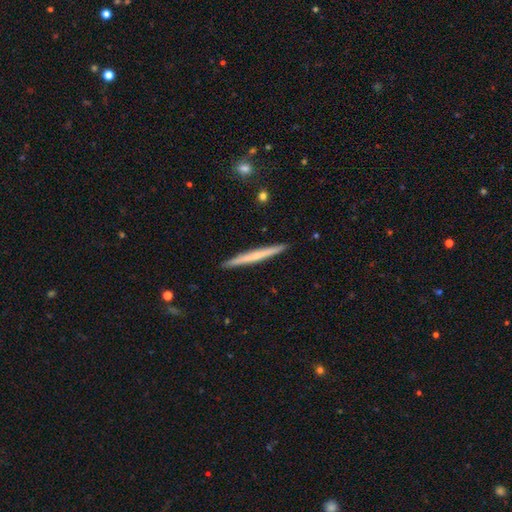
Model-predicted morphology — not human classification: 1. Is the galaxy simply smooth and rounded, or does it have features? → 48% featured or disk, 47% smooth, 6% star or artifact.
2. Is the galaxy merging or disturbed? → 92% none, 5% minor disturbance, 1% major disturbance, 1% merger.